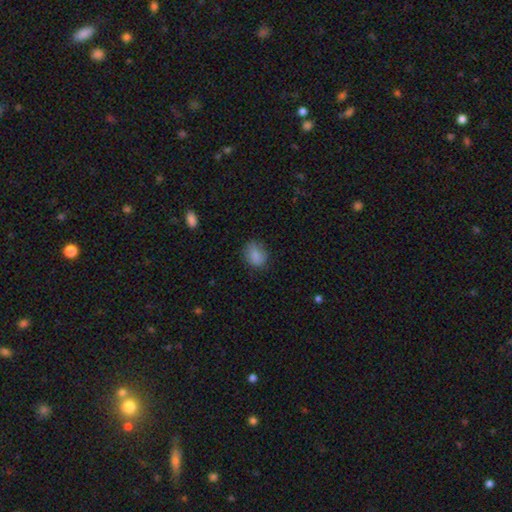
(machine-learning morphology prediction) smooth-or-featured: smooth: 84% | star or artifact: 9% | featured or disk: 7%
  how-rounded: in between: 55% | round: 44% | cigar-shaped: 1%
  merging: none: 75% | minor disturbance: 19% | major disturbance: 5% | merger: 1%